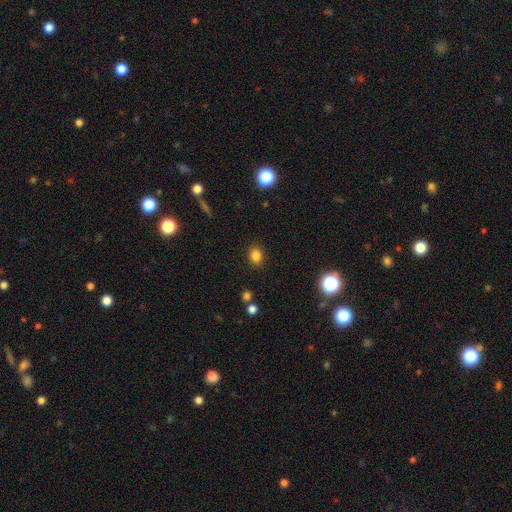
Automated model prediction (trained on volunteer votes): Smooth or featured: smooth — 83% (star or artifact — 13%)
How rounded: round — 53% (in between — 46%)
Merging: none — 88% (minor disturbance — 8%)